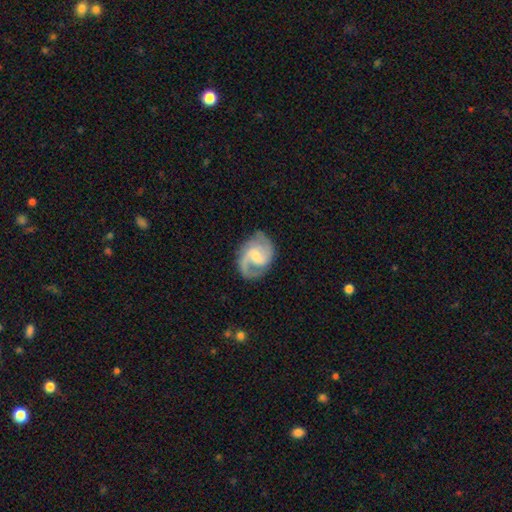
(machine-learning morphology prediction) Smooth or featured: featured or disk — 86% (smooth — 9%)
Edge-on disk: no — 98% (yes — 2%)
Bar: weak — 53% (no — 36%)
Spiral arms: yes — 97% (no — 3%)
Spiral winding: medium — 55% (loose — 22%)
Spiral arm count: 2 — 81% (3 — 5%)
Bulge size: small — 49% (moderate — 44%)
Merging: none — 72% (minor disturbance — 18%)